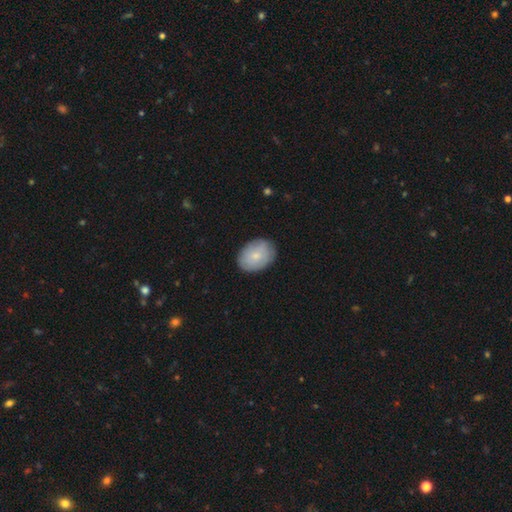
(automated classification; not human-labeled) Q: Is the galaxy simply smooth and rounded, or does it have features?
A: smooth — 74%.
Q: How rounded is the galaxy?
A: in between — 73%.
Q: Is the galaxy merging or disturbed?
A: none — 84%.